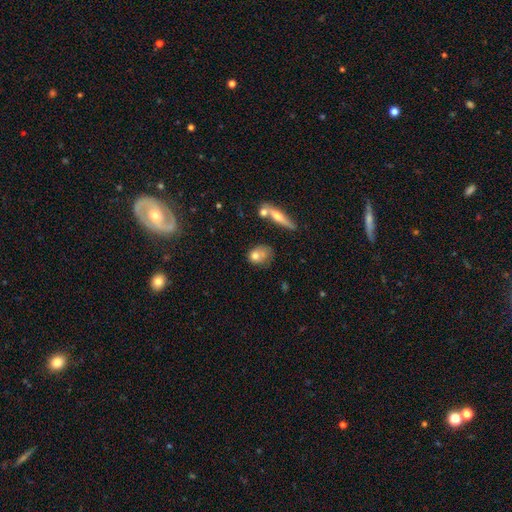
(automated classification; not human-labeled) This appears to be a smooth galaxy with no disk features (67%) that is in between round and cigar-shaped (53%). Merging: none (39%).